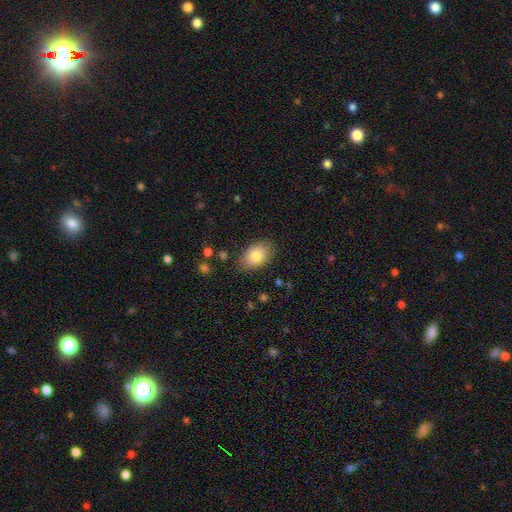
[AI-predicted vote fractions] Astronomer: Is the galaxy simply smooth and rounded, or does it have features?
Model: smooth — 84%.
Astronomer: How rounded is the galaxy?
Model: in between — 89%.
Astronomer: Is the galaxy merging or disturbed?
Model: none — 83%.